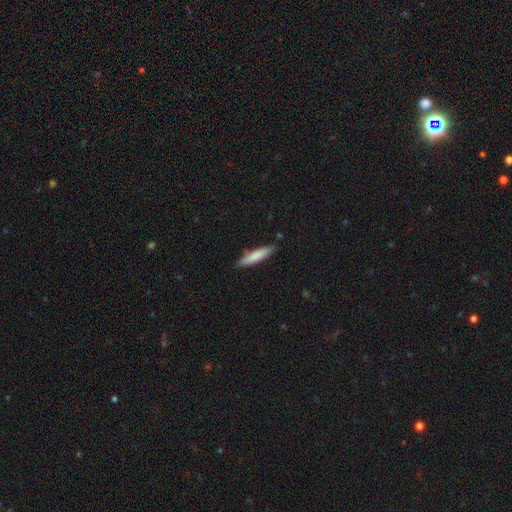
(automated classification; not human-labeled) Smooth or featured? smooth (78%)
How rounded? cigar-shaped (84%)
Merging? none (84%)